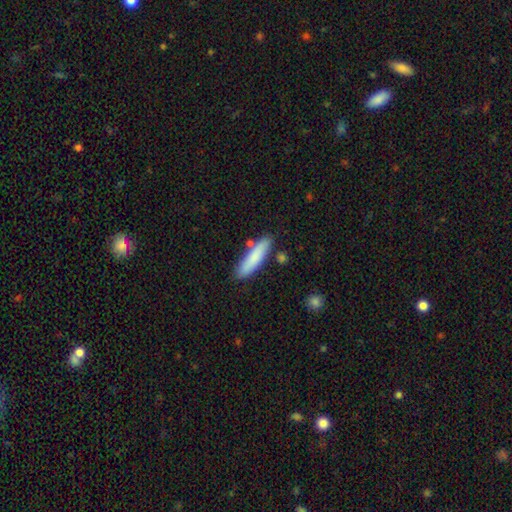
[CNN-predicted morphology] A smooth galaxy with no disk features (82%) that is cigar-shaped (74%).

Vote fractions:
- Smooth or featured? smooth: 82% / featured or disk: 13% / star or artifact: 6%
- How rounded? cigar-shaped: 74% / in between: 24% / round: 2%
- Merging? none: 81% / minor disturbance: 12% / merger: 5% / major disturbance: 2%